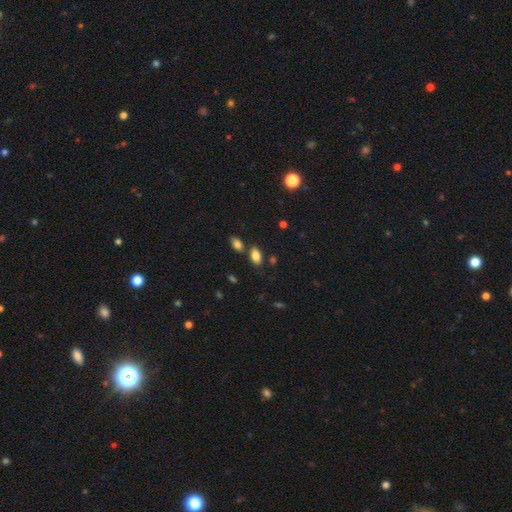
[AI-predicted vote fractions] Smooth or featured: smooth — 82% (star or artifact — 9%)
How rounded: in between — 91% (round — 5%)
Merging: none — 72% (merger — 13%)